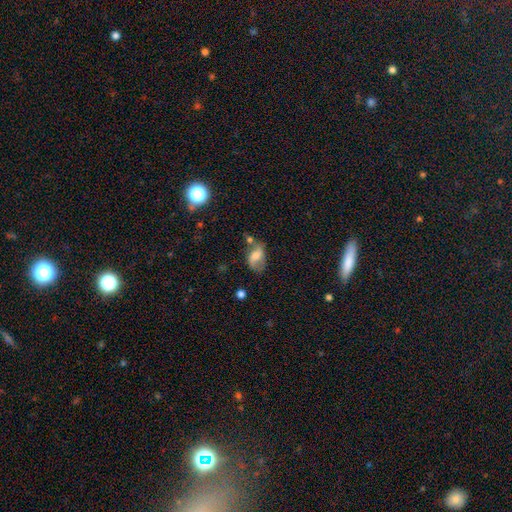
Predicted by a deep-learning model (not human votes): Overall: smooth (51%; featured or disk 39%). How rounded: in between (86%). Merging: none (42%; minor disturbance 28%).